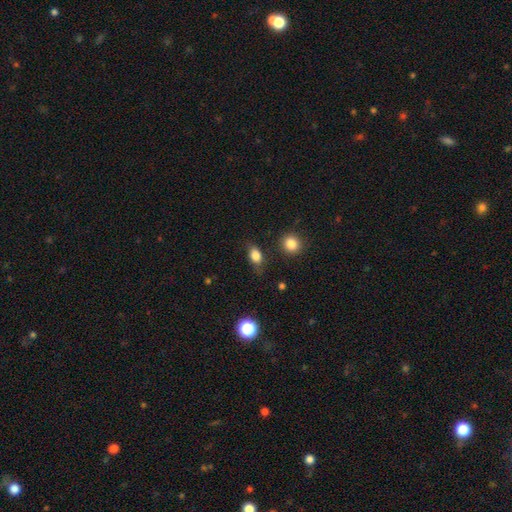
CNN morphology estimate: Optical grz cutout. It shows a smooth galaxy with no disk features (83%) that is in between round and cigar-shaped (75%). Merging: none (71%).